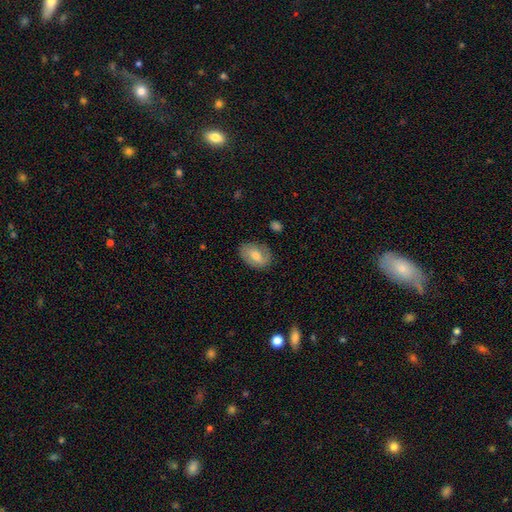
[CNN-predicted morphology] Overall: smooth (56%; featured or disk 37%). How rounded: in between (81%). Merging: none (78%).